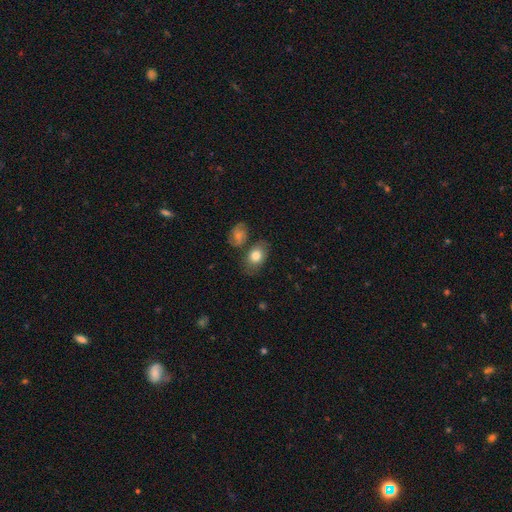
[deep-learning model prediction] The model was most divided on "merging": none: 65%, minor disturbance: 17%, merger: 12%, major disturbance: 5%. More confident: smooth or featured — smooth (78%); how rounded — in between (77%).